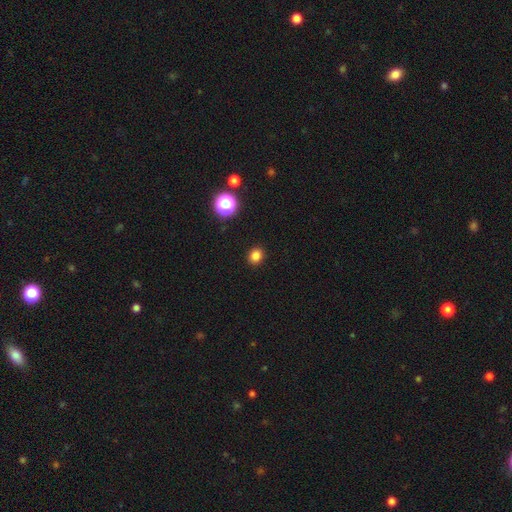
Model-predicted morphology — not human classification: smooth_or_featured: smooth (p=0.83) [alt: star or artifact p=0.14]
how_rounded: round (p=0.70) [alt: in between p=0.29]
merging: none (p=0.91) [alt: minor disturbance p=0.06]